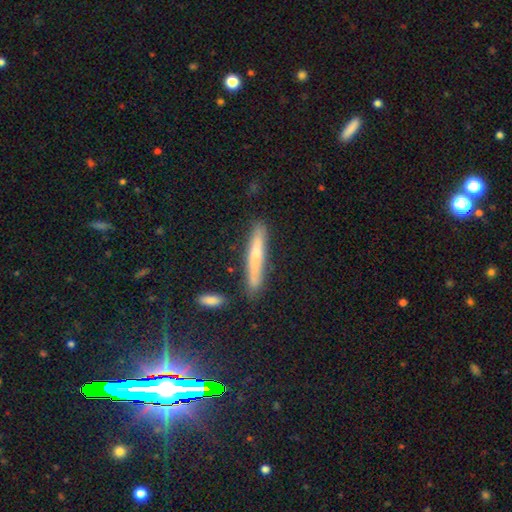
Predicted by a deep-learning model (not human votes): smooth_or_featured: smooth (p=0.62) [alt: featured or disk p=0.31]
how_rounded: cigar-shaped (p=0.95) [alt: in between p=0.04]
merging: none (p=0.81) [alt: minor disturbance p=0.12]